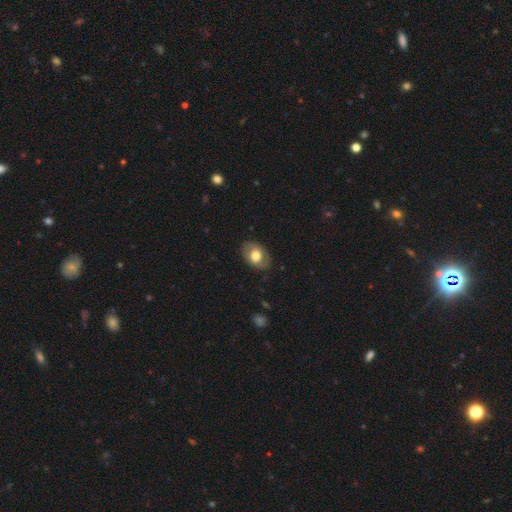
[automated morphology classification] A smooth galaxy with no disk features (67%) that is in between round and cigar-shaped (80%).

Vote fractions:
- Smooth or featured? smooth: 67% / featured or disk: 26% / star or artifact: 7%
- How rounded? in between: 80% / round: 19% / cigar-shaped: 1%
- Merging? none: 81% / minor disturbance: 14% / major disturbance: 4% / merger: 1%